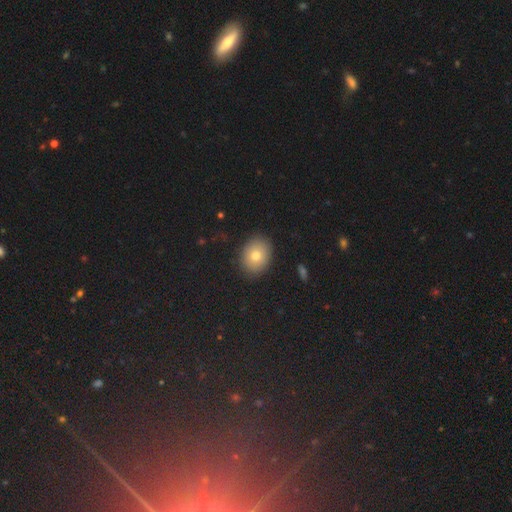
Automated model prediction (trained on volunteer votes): Smooth or featured: smooth — 76% (featured or disk — 13%)
How rounded: in between — 54% (round — 45%)
Merging: none — 89% (minor disturbance — 8%)